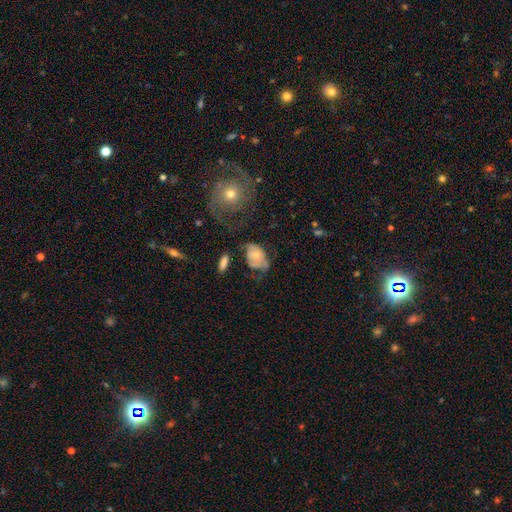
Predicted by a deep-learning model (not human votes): Smooth or featured: smooth — 55% (featured or disk — 36%)
How rounded: in between — 82% (round — 17%)
Merging: major disturbance — 32% (minor disturbance — 31%)